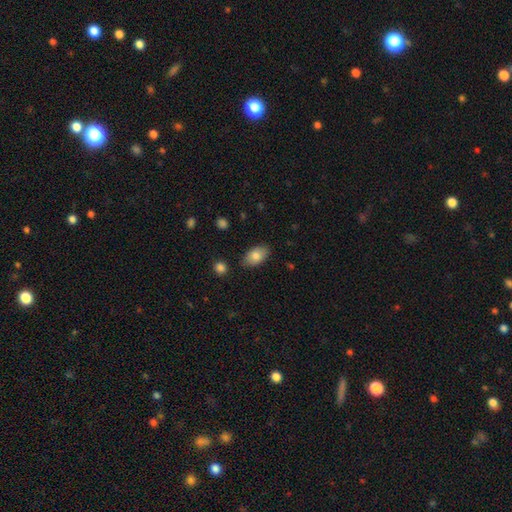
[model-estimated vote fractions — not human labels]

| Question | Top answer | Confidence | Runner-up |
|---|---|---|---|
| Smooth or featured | smooth | 80% | featured or disk (13%) |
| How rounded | in between | 93% | round (6%) |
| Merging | none | 85% | minor disturbance (11%) |